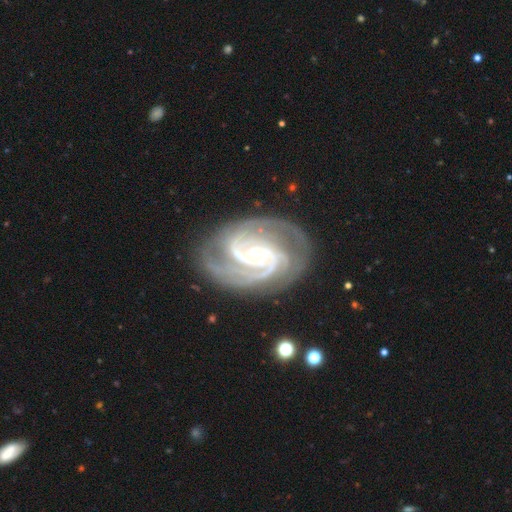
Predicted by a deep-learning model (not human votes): This appears to be a featured or disk galaxy (92%) with no bar (51%), 3 (37%) tight (59%) spiral arms (99%) and a small central bulge (71%). Merging: none (76%).